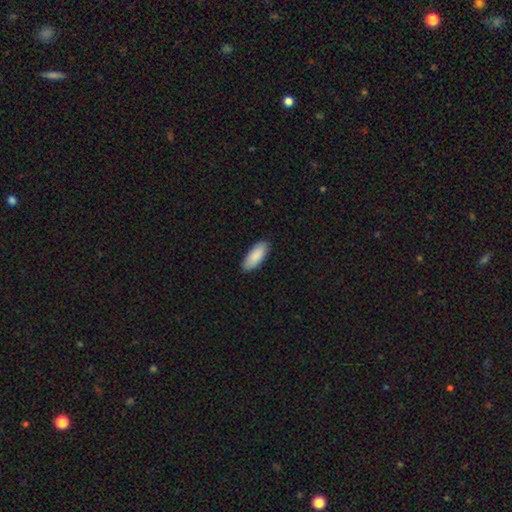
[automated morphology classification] A smooth galaxy with no disk features (89%) that is in between round and cigar-shaped (80%). Merging: none (88%).